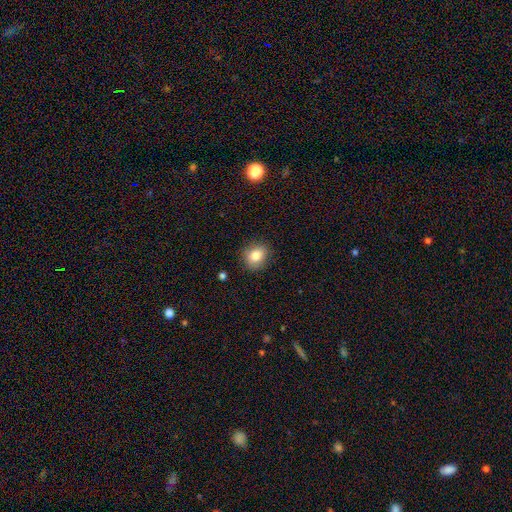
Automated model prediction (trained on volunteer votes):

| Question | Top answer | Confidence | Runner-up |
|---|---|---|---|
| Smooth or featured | smooth | 82% | star or artifact (10%) |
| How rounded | round | 63% | in between (36%) |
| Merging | none | 85% | minor disturbance (11%) |